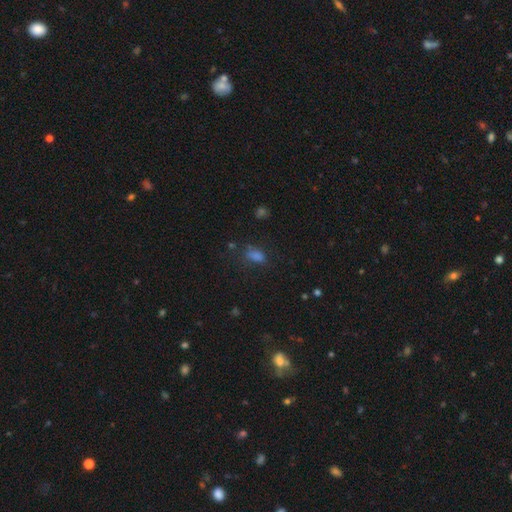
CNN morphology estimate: smooth-or-featured: smooth: 66% | star or artifact: 25% | featured or disk: 9%
  how-rounded: in between: 79% | round: 11% | cigar-shaped: 9%
  merging: none: 66% | minor disturbance: 18% | major disturbance: 12% | merger: 4%